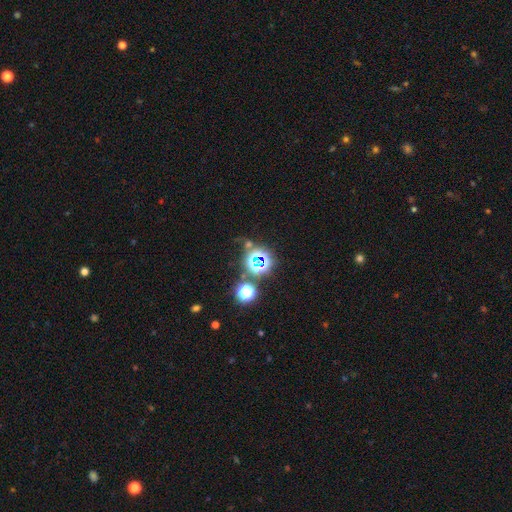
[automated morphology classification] A star or artifact, not a galaxy (76%).

Vote fractions:
- Smooth or featured? star or artifact: 76% / smooth: 16% / featured or disk: 7%